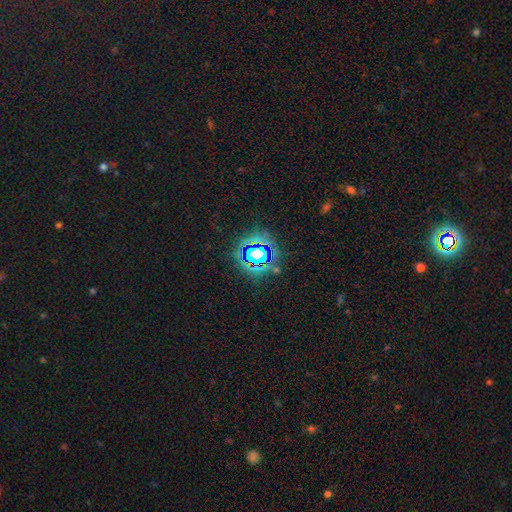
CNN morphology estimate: Overall: star or artifact (70%).